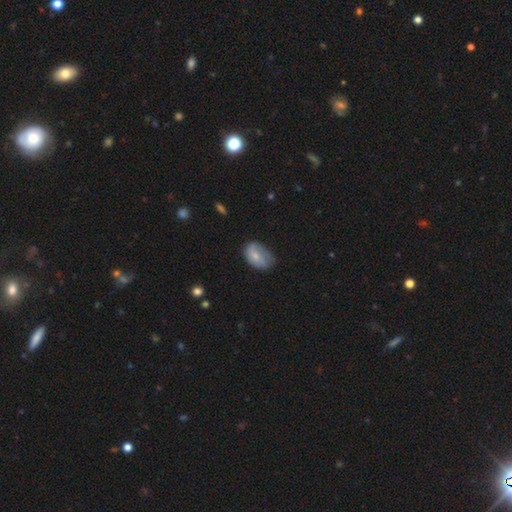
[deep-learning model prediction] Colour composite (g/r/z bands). It shows a smooth galaxy with no disk features (70%) that is in between round and cigar-shaped (86%). Merging: none (48%).